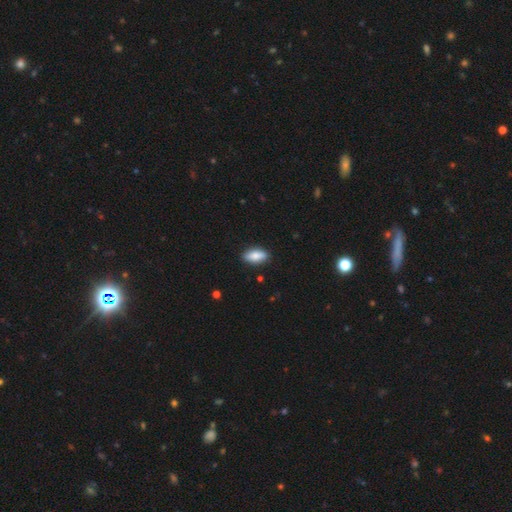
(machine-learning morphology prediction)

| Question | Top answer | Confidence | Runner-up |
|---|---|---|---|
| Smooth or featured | smooth | 82% | featured or disk (12%) |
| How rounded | in between | 85% | cigar-shaped (12%) |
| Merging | none | 88% | minor disturbance (9%) |